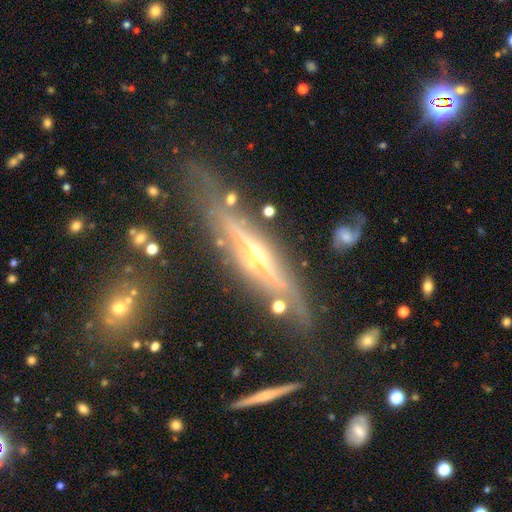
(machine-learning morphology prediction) This is clearly a featured or disk galaxy (83%). It is clearly viewed edge-on (93%). Edge-on bulge: clearly rounded (87%). Merging: likely none (73%).